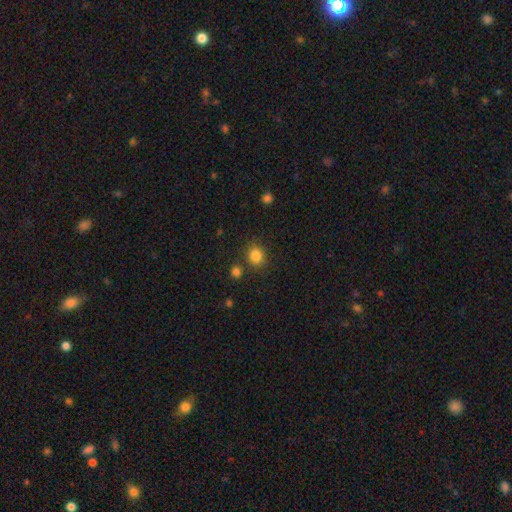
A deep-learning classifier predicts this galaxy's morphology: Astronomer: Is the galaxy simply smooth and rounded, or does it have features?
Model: smooth — 84%.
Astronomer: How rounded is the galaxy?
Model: round — 77%.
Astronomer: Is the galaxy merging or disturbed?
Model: none — 81%.